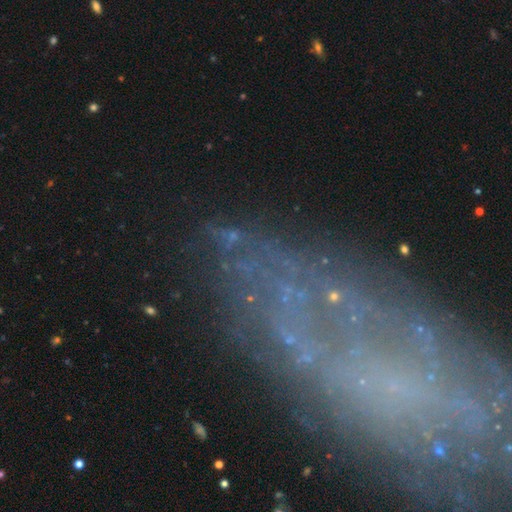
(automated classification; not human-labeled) A featured or disk galaxy (42%).

Vote fractions:
- Smooth or featured? featured or disk: 42% / star or artifact: 41% / smooth: 17%
- Merging? none: 61% / major disturbance: 17% / minor disturbance: 16% / merger: 6%